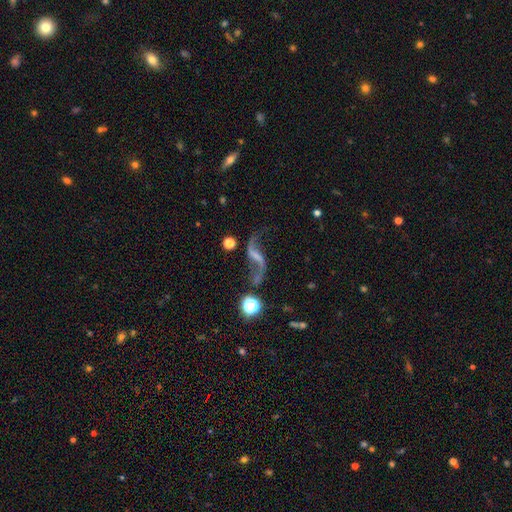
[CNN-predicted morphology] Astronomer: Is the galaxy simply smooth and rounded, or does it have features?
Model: featured or disk — 85%.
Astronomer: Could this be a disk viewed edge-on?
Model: no — 95%.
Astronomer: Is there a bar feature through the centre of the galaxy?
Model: weak — 40% (runner-up: no, 31%).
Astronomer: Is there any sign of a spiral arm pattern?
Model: yes — 94%.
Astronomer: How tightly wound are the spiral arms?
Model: loose — 92%.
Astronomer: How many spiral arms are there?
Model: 2 — 93%.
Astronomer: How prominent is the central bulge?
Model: none — 54% (runner-up: small, 30%).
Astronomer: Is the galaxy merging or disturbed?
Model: none — 67%.